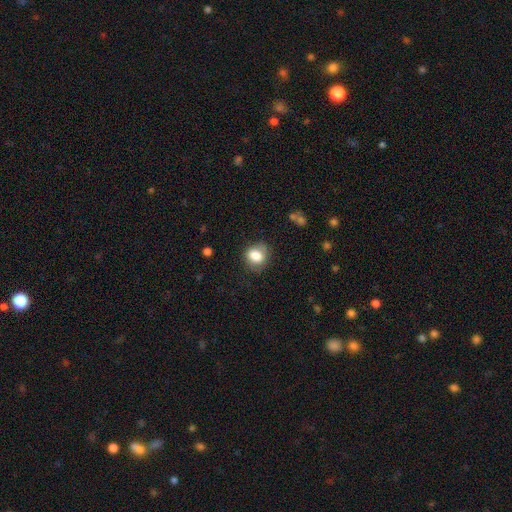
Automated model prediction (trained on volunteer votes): smooth_or_featured: smooth (p=0.83) [alt: star or artifact p=0.09]
how_rounded: round (p=0.69) [alt: in between p=0.30]
merging: none (p=0.74) [alt: minor disturbance p=0.19]